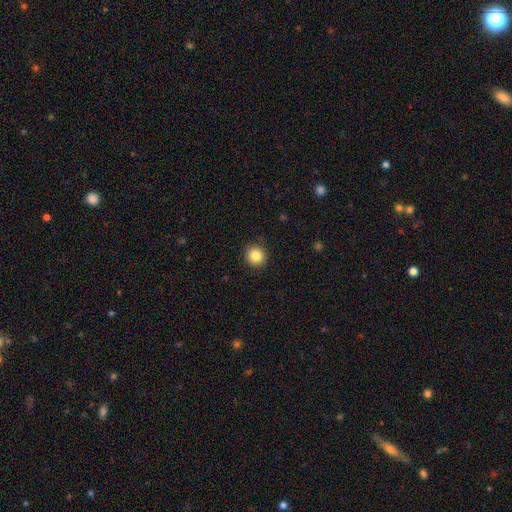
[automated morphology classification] Smooth or featured?
  - smooth: 85% *
  - star or artifact: 10%
  - featured or disk: 5%
How rounded?
  - round: 91% *
  - in between: 8%
  - cigar-shaped: 1%
Merging?
  - none: 91% *
  - minor disturbance: 7%
  - major disturbance: 2%
  - merger: 1%